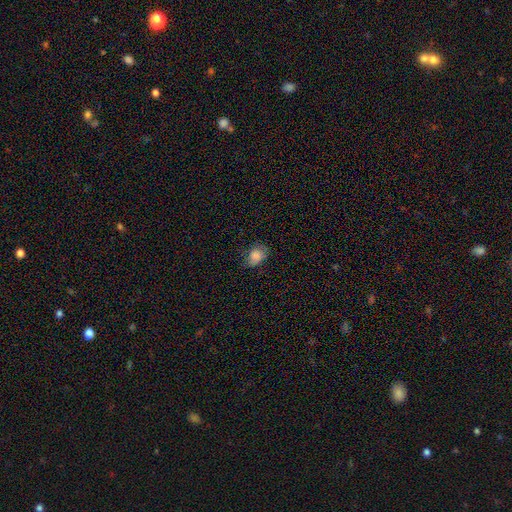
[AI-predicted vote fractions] A smooth galaxy with no disk features (83%) that is in between round and cigar-shaped (73%).

Vote fractions:
- Smooth or featured? smooth: 83% / star or artifact: 9% / featured or disk: 8%
- How rounded? in between: 73% / round: 26% / cigar-shaped: 1%
- Merging? none: 61% / minor disturbance: 29% / major disturbance: 9% / merger: 1%